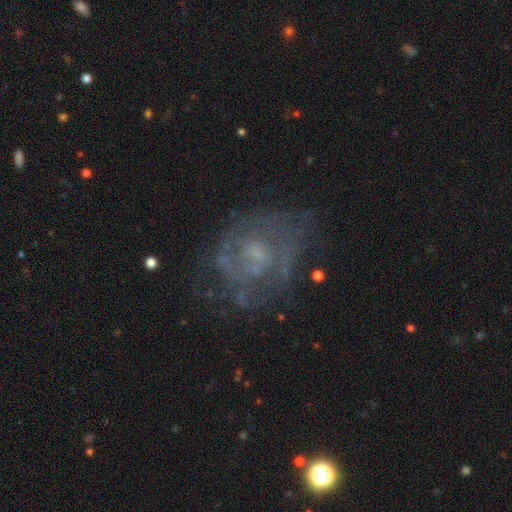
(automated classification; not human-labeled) Smooth or featured? Predicted: featured or disk (p=0.72). Edge-on disk? Predicted: no (p=0.97). Bar? Predicted: no (p=0.73). Spiral arms? Predicted: yes (p=0.58). Bulge size? Predicted: small (p=0.48). Merging? Predicted: none (p=0.58).